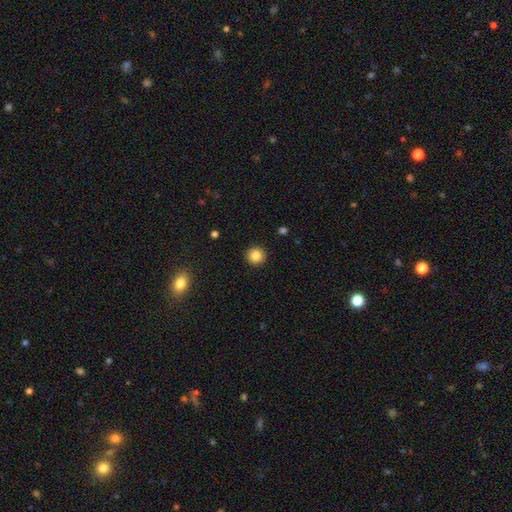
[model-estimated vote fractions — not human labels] Overall: smooth (86%). How rounded: round (95%). Merging: none (93%).